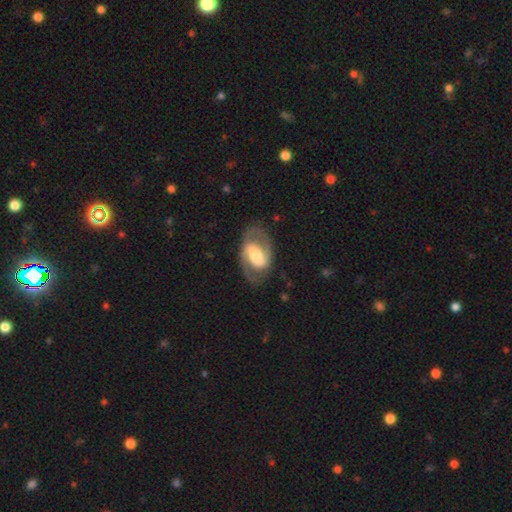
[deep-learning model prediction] Morphology: type=featured or disk (81%); edge-on=no (96%); bar=strong (41%); spiral arms=yes (89%); winding=medium (53%); arm count=2 (89%); bulge=moderate (58%); merging=none (76%).